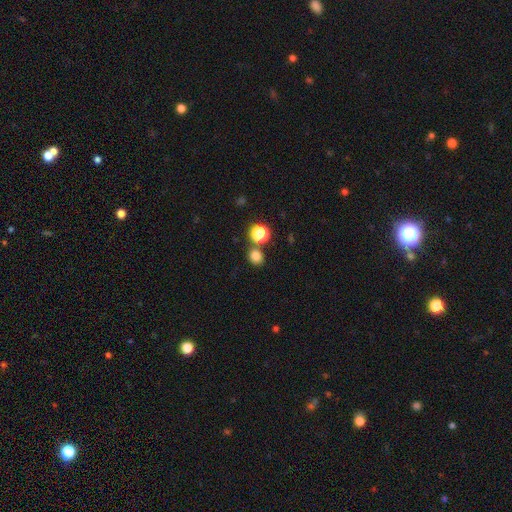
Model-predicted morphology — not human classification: The model was most divided on "how rounded": round: 75%, in between: 24%, cigar-shaped: 1%. More confident: smooth or featured — smooth (80%); merging — none (71%).